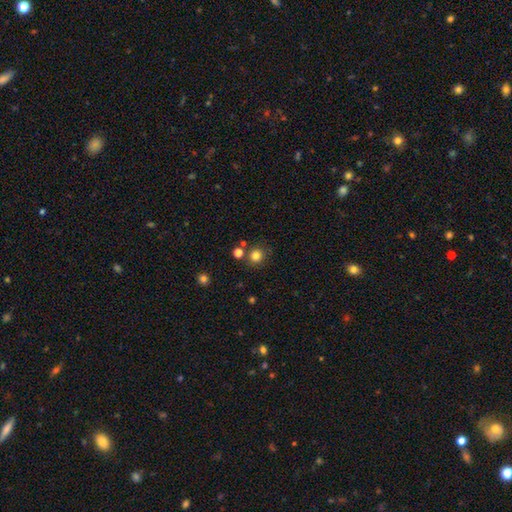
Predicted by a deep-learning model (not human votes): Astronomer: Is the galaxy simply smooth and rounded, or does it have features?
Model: smooth — 81%.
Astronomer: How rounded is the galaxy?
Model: round — 90%.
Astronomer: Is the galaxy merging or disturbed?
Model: none — 79%.